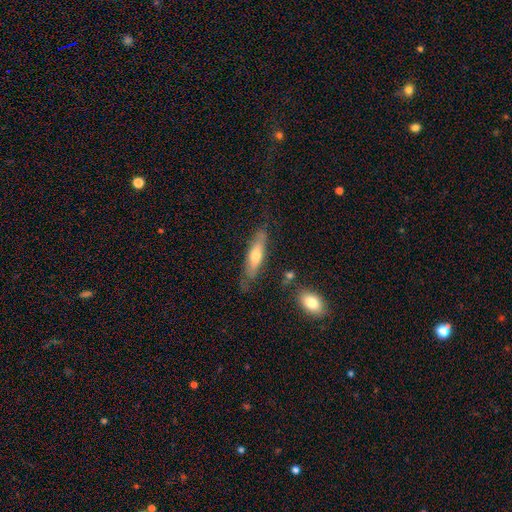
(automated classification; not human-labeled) smooth_or_featured: smooth (p=0.53) [alt: featured or disk p=0.41]
how_rounded: cigar-shaped (p=0.71) [alt: in between p=0.27]
merging: none (p=0.73) [alt: minor disturbance p=0.20]